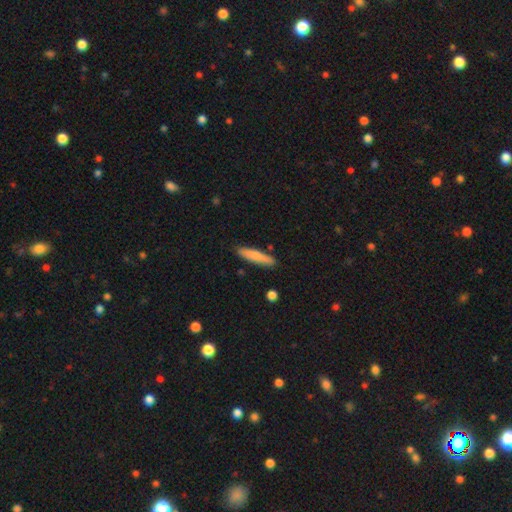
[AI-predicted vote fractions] Overall: smooth (77%). How rounded: cigar-shaped (85%). Merging: none (86%).